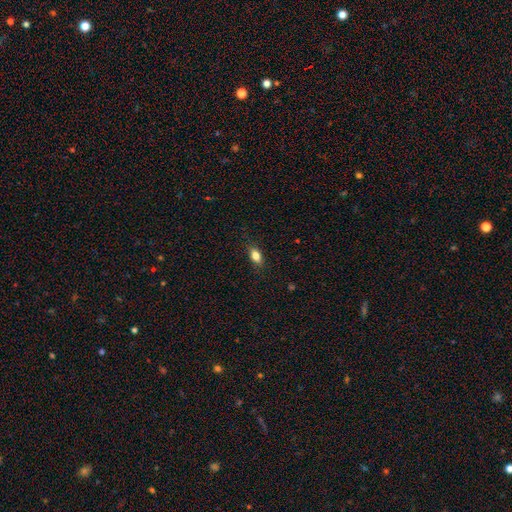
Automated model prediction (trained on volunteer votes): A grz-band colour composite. It shows a smooth galaxy with no disk features (82%) that is in between round and cigar-shaped (82%). Merging: none (84%).